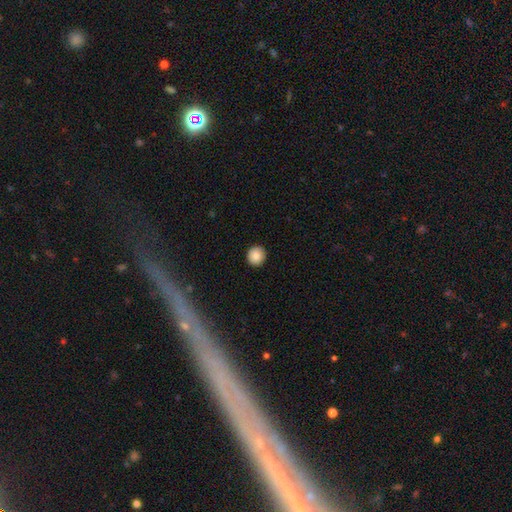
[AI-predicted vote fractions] smooth 88%, star or artifact 8%, featured or disk 4%. Down the decision tree: how rounded — round (92%); merging — none (91%).